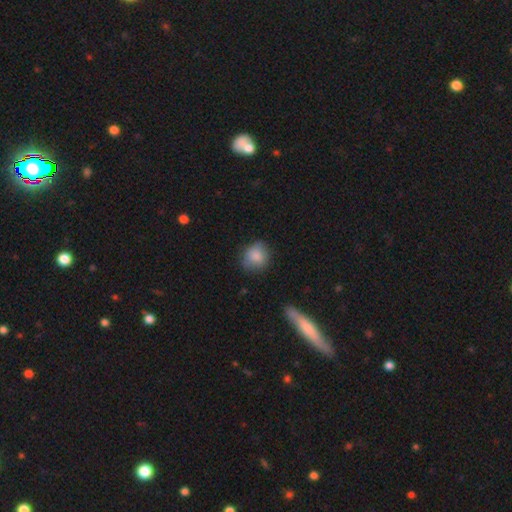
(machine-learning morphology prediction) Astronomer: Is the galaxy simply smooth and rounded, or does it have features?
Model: smooth — 84%.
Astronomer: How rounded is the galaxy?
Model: round — 77%.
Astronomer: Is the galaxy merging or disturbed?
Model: none — 74%.